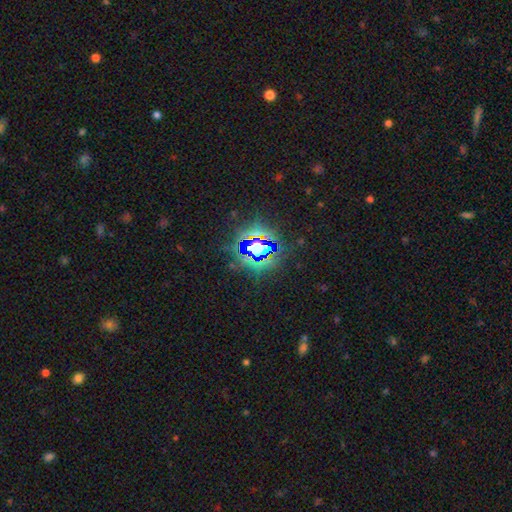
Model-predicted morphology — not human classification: Overall: star or artifact (75%).